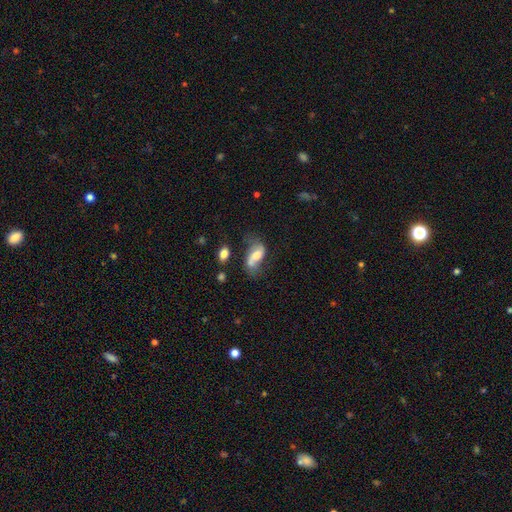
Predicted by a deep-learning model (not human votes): Morphology: type=featured or disk (48%); merging=none (35%).